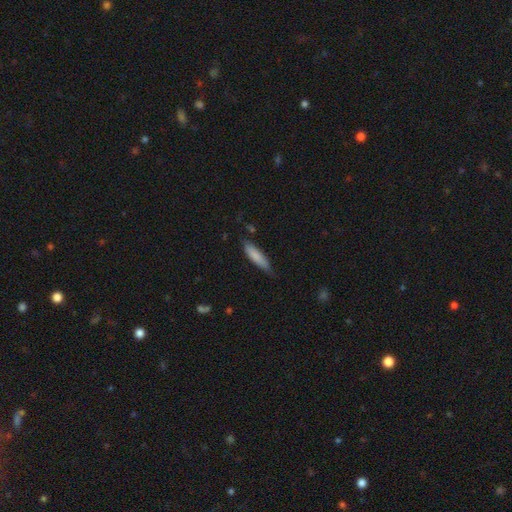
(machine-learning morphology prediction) smooth_or_featured: smooth (p=0.82) [alt: featured or disk p=0.12]
how_rounded: cigar-shaped (p=0.72) [alt: in between p=0.27]
merging: none (p=0.70) [alt: minor disturbance p=0.24]